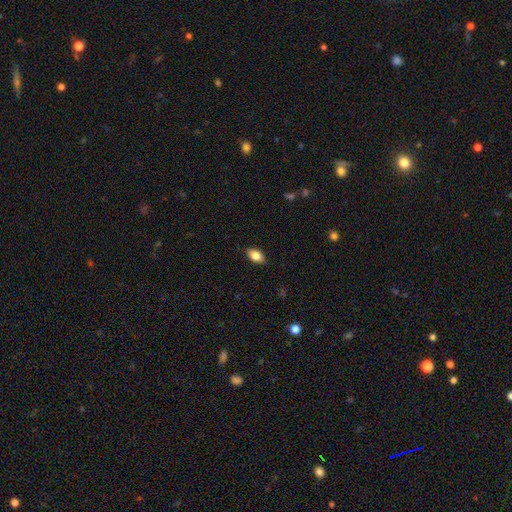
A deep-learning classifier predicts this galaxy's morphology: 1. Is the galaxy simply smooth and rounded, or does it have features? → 84% smooth, 8% featured or disk, 8% star or artifact.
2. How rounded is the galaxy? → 90% in between, 7% round, 2% cigar-shaped.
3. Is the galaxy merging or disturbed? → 87% none, 10% minor disturbance, 2% major disturbance, 1% merger.